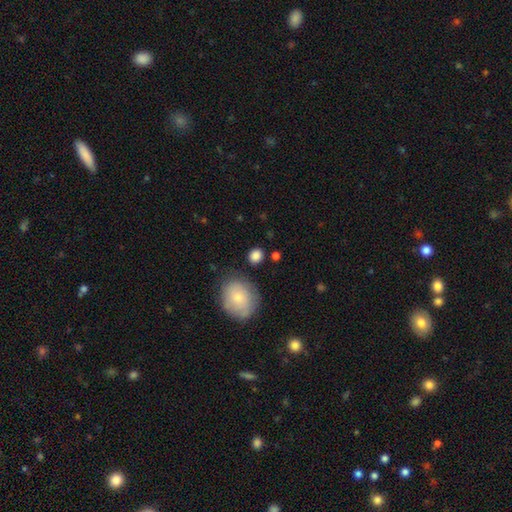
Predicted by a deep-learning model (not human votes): The model was most divided on "how rounded": round: 74%, in between: 25%, cigar-shaped: 1%. More confident: smooth or featured — smooth (85%); merging — none (80%).